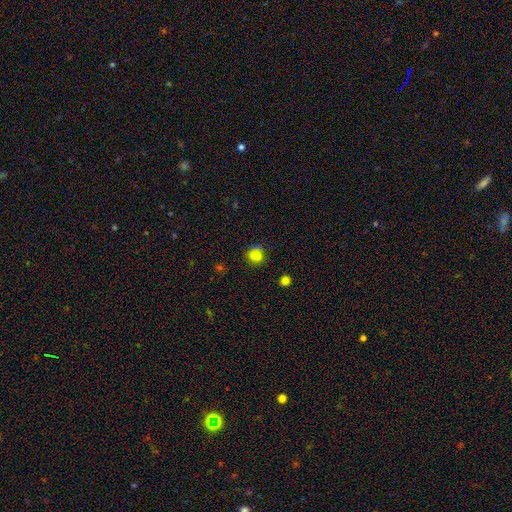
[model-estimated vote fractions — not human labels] A smooth galaxy with no disk features (71%) that is round (61%).

Vote fractions:
- Smooth or featured? smooth: 71% / star or artifact: 22% / featured or disk: 7%
- How rounded? round: 61% / in between: 37% / cigar-shaped: 2%
- Merging? none: 67% / minor disturbance: 18% / merger: 7% / major disturbance: 7%